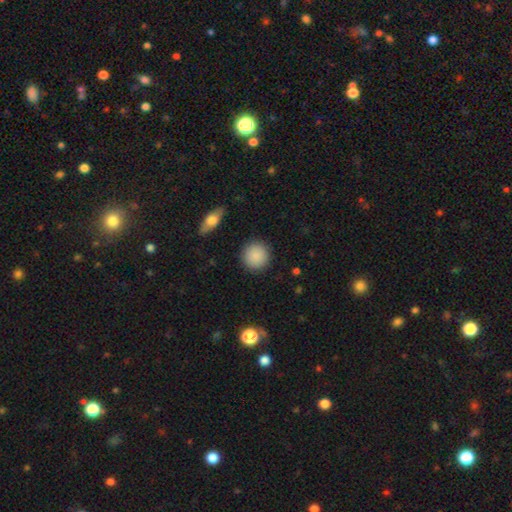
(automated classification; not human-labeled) smooth_or_featured: smooth (p=0.88) [alt: star or artifact p=0.07]
how_rounded: round (p=0.92) [alt: in between p=0.07]
merging: none (p=0.90) [alt: minor disturbance p=0.06]